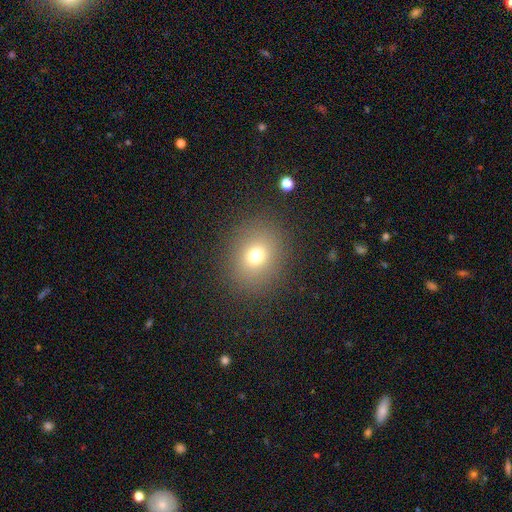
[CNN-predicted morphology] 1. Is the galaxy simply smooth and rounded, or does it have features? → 72% smooth, 17% star or artifact, 11% featured or disk.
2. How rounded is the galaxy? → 70% round, 29% in between, 1% cigar-shaped.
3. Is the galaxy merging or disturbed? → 87% none, 8% minor disturbance, 4% major disturbance, 1% merger.